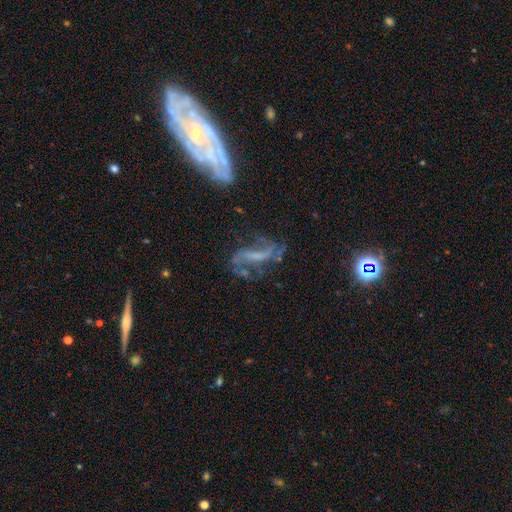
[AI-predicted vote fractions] smooth-or-featured: featured or disk: 73% | star or artifact: 14% | smooth: 13%
  disk-edge-on: no: 91% | yes: 9%
    bar: weak: 38% | strong: 34% | no: 28%
    has-spiral-arms: yes: 81% | no: 19%
      spiral-winding: loose: 71% | medium: 21% | tight: 8%
      spiral-arm-count: 2: 74% | can't tell: 13% | 1: 5% | 3: 4% | 4: 2% | more than 4: 2%
    bulge-size: none: 55% | small: 28% | moderate: 14% | large: 2% | dominant: 1%
  merging: none: 48% | major disturbance: 25% | minor disturbance: 19% | merger: 8%